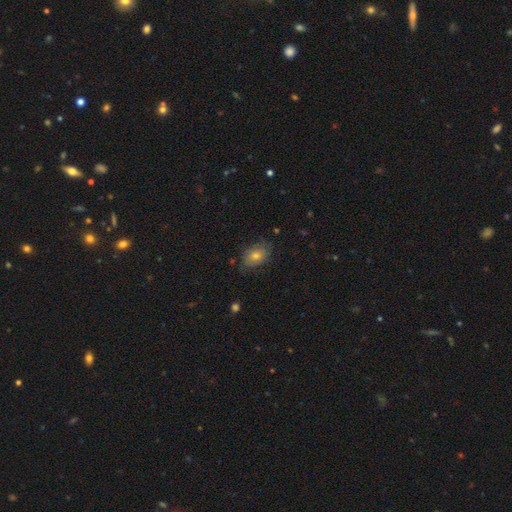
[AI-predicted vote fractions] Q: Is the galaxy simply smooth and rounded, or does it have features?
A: smooth — 58%.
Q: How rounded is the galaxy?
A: in between — 76%.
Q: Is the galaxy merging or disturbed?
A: none — 74%.